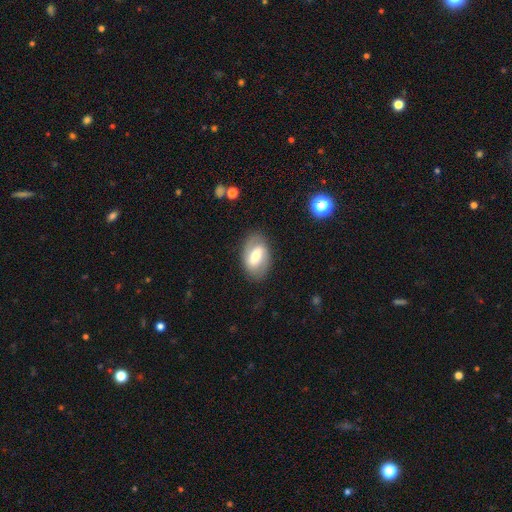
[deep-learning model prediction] This is possibly a featured or disk galaxy (48%). Merging: likely none (79%).